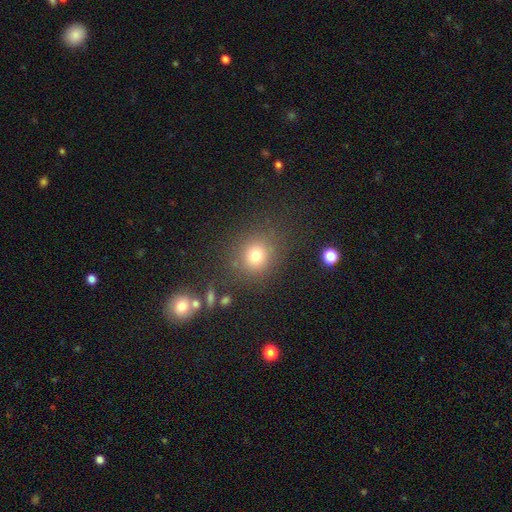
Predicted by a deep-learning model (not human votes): A smooth galaxy with no disk features (76%) that is round (85%). Merging: none (82%).